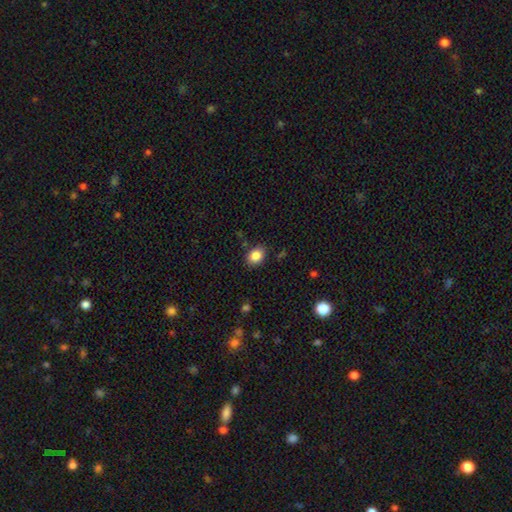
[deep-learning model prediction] Q: Smooth or featured?
A: smooth (86%); runner-up: star or artifact (9%)
Q: How rounded?
A: in between (58%); runner-up: round (41%)
Q: Merging?
A: none (84%); runner-up: minor disturbance (11%)